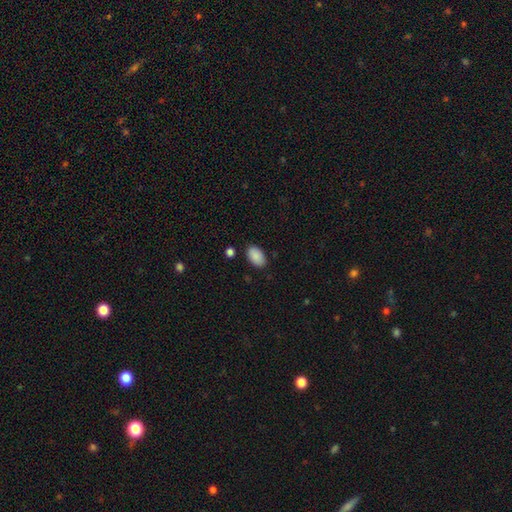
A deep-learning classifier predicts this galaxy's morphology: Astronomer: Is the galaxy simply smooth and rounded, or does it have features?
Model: smooth — 89%.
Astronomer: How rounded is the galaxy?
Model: in between — 93%.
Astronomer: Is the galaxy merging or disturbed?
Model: none — 86%.